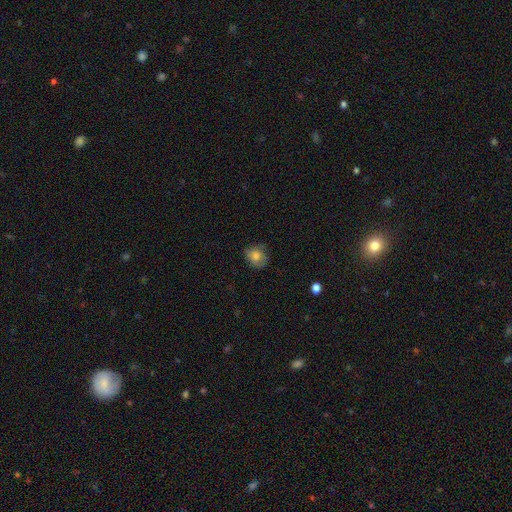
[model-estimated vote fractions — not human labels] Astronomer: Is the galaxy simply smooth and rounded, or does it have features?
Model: smooth — 76%.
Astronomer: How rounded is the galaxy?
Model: round — 66%.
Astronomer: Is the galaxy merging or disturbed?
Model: none — 68%.